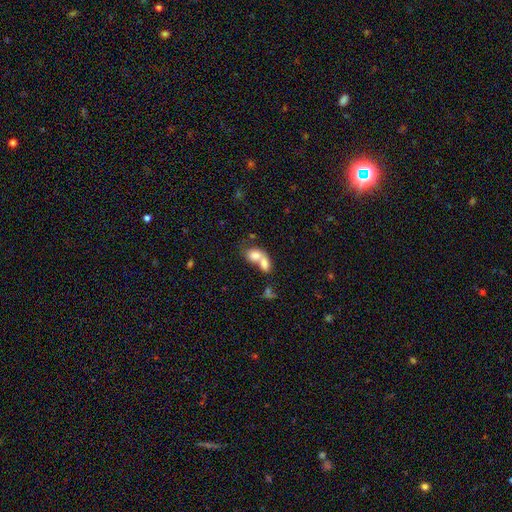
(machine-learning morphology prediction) This is likely a smooth galaxy (72%). How rounded: likely in between (66%). Merging: likely merger (78%).